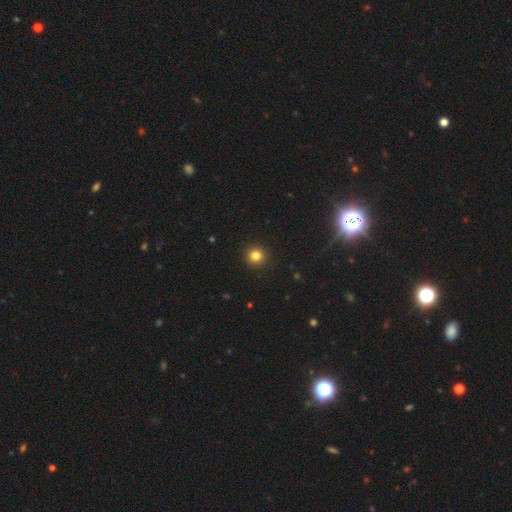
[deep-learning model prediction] This appears to be a smooth galaxy with no disk features (82%) that is round (92%). Merging: none (92%).